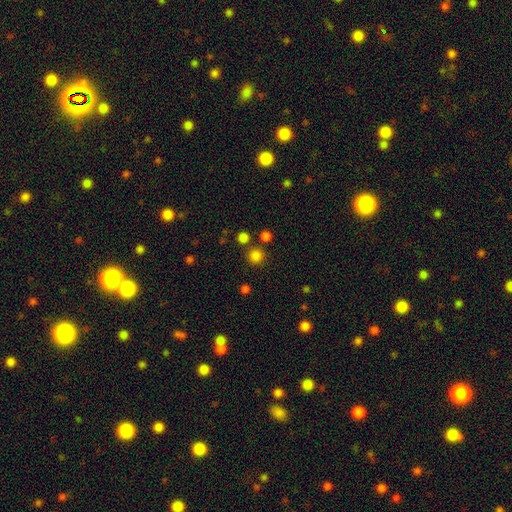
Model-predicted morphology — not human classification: type=smooth (81%); roundness=round (94%); merging=none (81%).